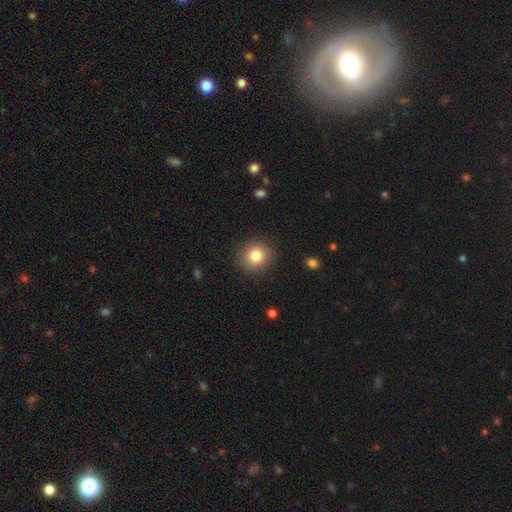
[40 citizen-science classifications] This is clearly a smooth galaxy (82%). How rounded: clearly round (88%). Merging: clearly none (92%).